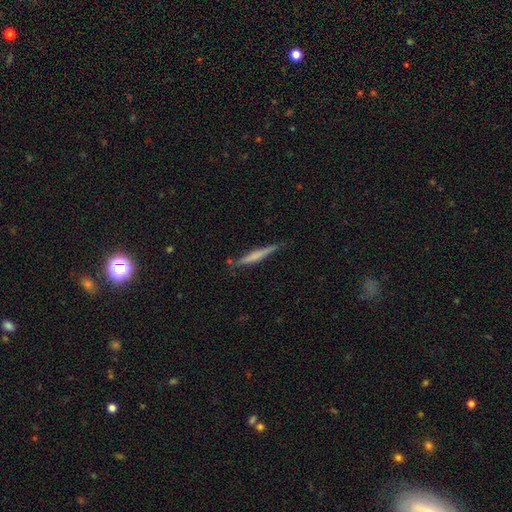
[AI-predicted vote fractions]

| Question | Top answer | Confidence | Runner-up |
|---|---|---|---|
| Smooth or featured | smooth | 51% | featured or disk (43%) |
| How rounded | cigar-shaped | 95% | in between (4%) |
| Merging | none | 78% | minor disturbance (16%) |